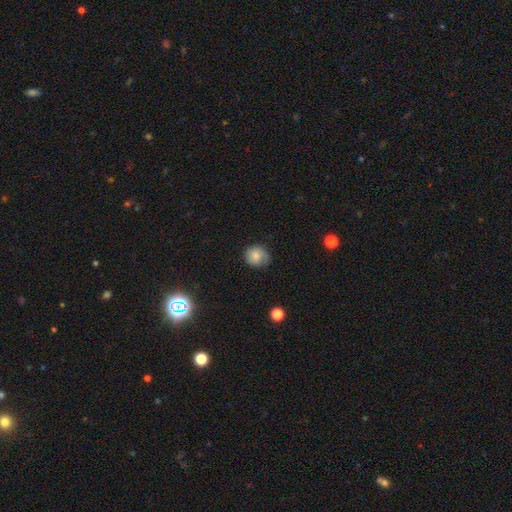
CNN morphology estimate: type=smooth (71%); roundness=round (85%); merging=none (69%).